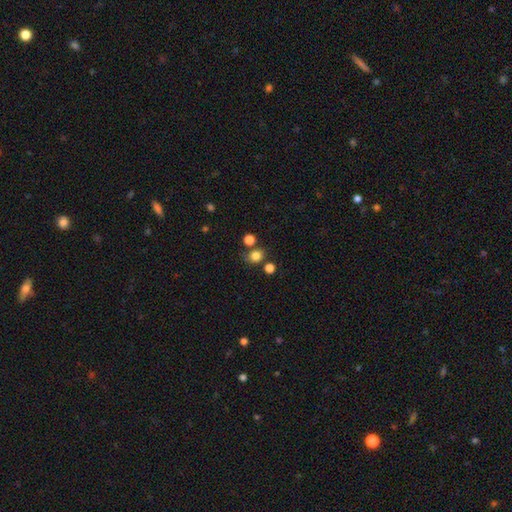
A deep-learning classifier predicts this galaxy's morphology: Smooth or featured? smooth (80%)
How rounded? round (77%)
Merging? none (68%)